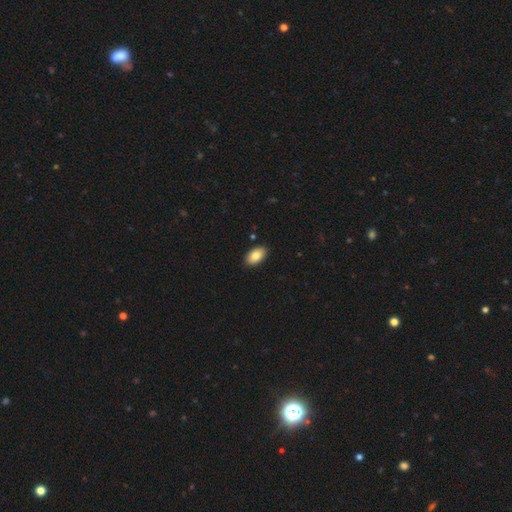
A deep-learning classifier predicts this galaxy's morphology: A smooth galaxy with no disk features (83%) that is in between round and cigar-shaped (94%). Merging: none (90%).